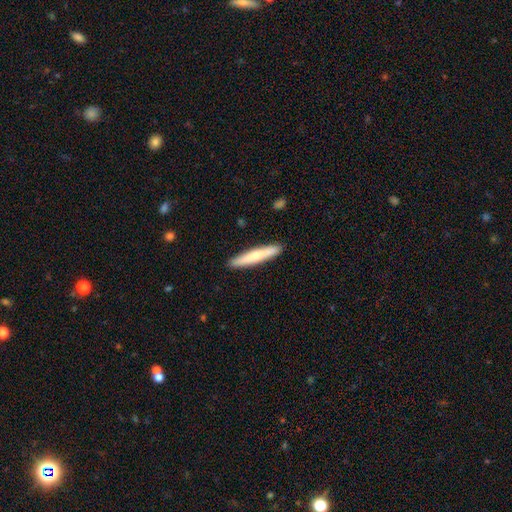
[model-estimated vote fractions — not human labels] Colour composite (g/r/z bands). It shows a smooth galaxy with no disk features (63%) that is cigar-shaped (93%). Merging: none (91%).